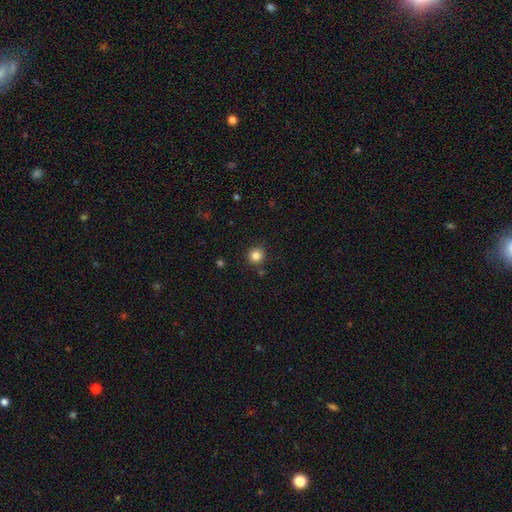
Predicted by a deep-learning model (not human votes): Smooth or featured?
  - smooth: 84% *
  - star or artifact: 12%
  - featured or disk: 5%
How rounded?
  - round: 93% *
  - in between: 6%
  - cigar-shaped: 1%
Merging?
  - none: 86% *
  - minor disturbance: 8%
  - merger: 4%
  - major disturbance: 2%